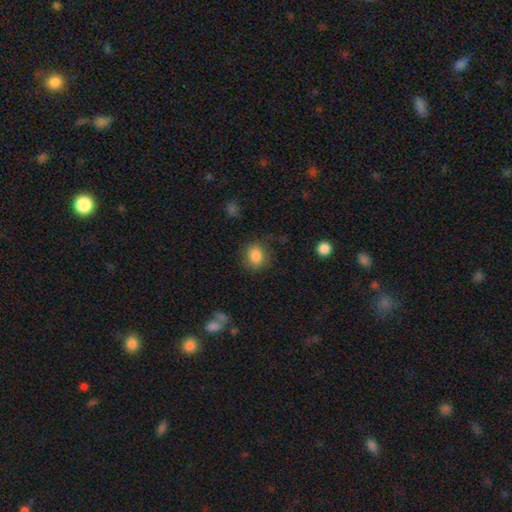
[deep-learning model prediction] Smooth or featured?
  - smooth: 86% *
  - star or artifact: 9%
  - featured or disk: 5%
How rounded?
  - round: 61% *
  - in between: 38%
  - cigar-shaped: 1%
Merging?
  - none: 75% *
  - minor disturbance: 17%
  - major disturbance: 7%
  - merger: 2%